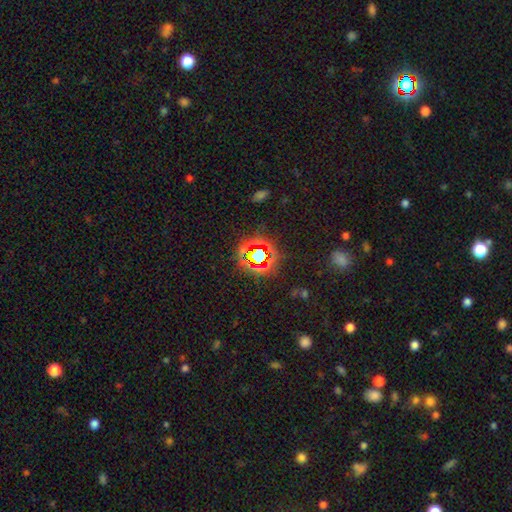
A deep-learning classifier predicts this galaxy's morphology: The model was most divided on "smooth or featured": star or artifact: 72%, smooth: 17%, featured or disk: 11%.